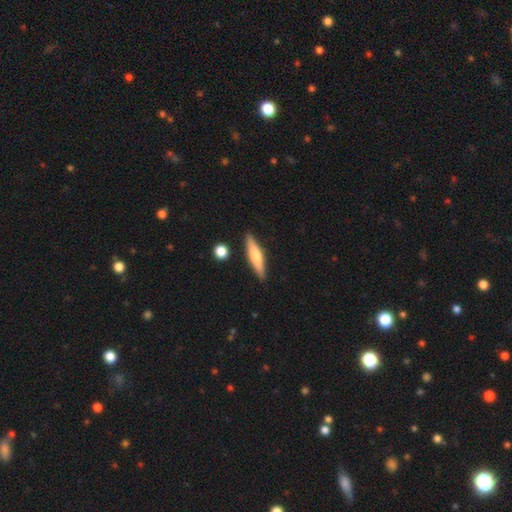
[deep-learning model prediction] Smooth or featured? smooth (53%)
How rounded? cigar-shaped (83%)
Merging? none (88%)